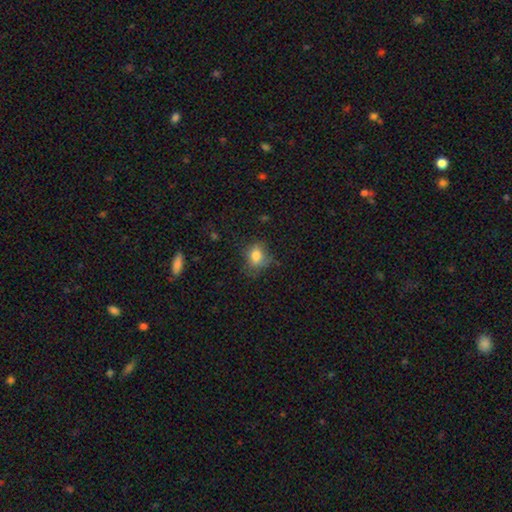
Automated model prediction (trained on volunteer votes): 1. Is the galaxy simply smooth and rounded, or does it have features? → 79% smooth, 11% star or artifact, 10% featured or disk.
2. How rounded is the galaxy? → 53% in between, 46% round, 1% cigar-shaped.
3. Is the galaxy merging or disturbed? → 58% none, 27% minor disturbance, 13% major disturbance, 2% merger.